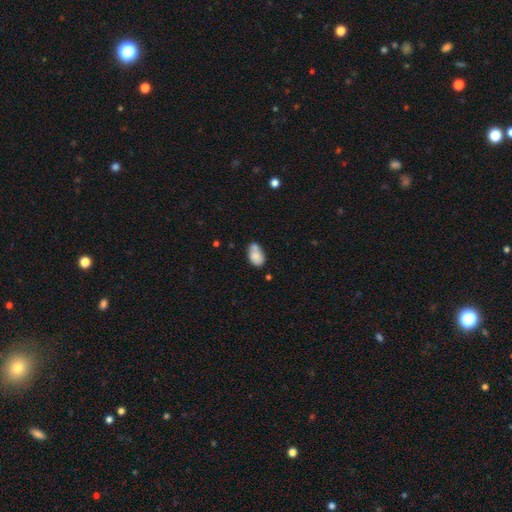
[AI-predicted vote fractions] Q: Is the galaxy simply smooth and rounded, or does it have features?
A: smooth — 78%.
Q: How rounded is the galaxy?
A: in between — 83%.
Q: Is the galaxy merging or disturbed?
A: merger — 39%.